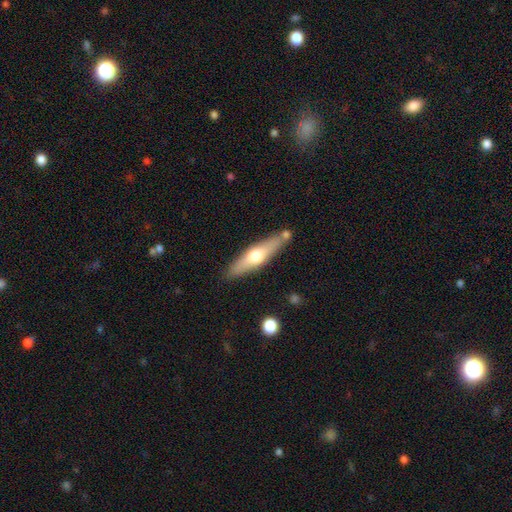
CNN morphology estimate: Smooth or featured?
  - smooth: 48% *
  - featured or disk: 47%
  - star or artifact: 5%
Merging?
  - none: 79% *
  - minor disturbance: 12%
  - merger: 7%
  - major disturbance: 3%